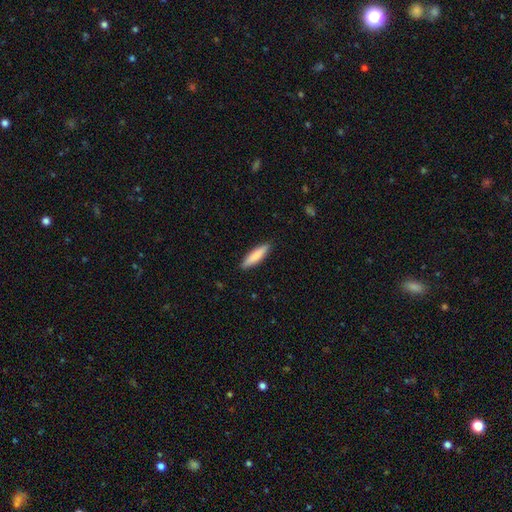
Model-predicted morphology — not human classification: Q: Smooth or featured?
A: smooth (83%); runner-up: featured or disk (11%)
Q: How rounded?
A: cigar-shaped (75%); runner-up: in between (23%)
Q: Merging?
A: none (91%); runner-up: minor disturbance (7%)